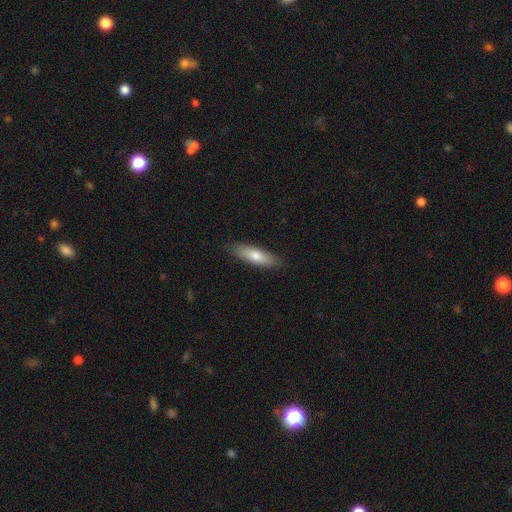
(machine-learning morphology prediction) Smooth or featured? Predicted: smooth (p=0.74). How rounded? Predicted: cigar-shaped (p=0.56). Merging? Predicted: none (p=0.86).